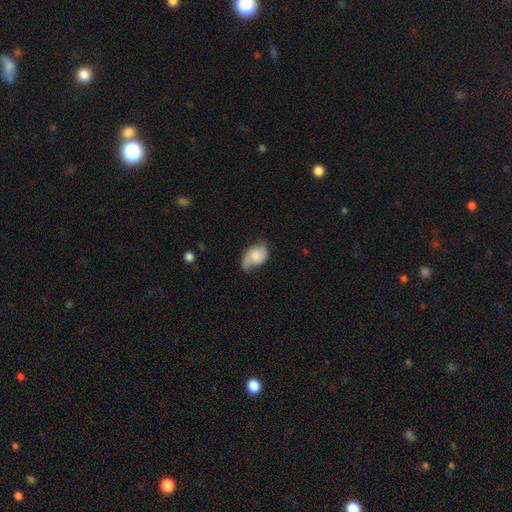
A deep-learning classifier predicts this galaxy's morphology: Smooth or featured? Predicted: smooth (p=0.51). How rounded? Predicted: in between (p=0.86). Merging? Predicted: none (p=0.46).